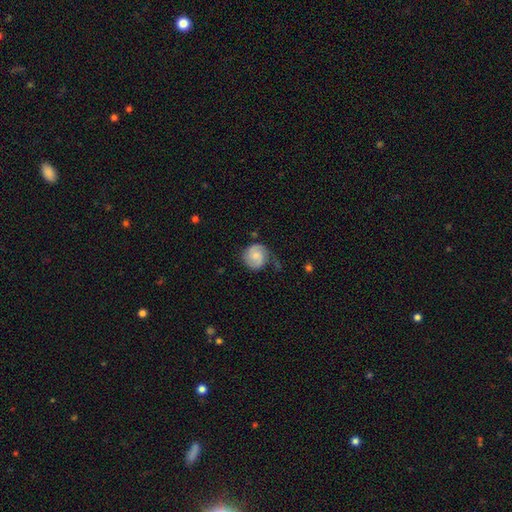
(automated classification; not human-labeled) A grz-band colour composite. It shows a featured or disk galaxy (67%) with no bar (55%), 2 (81%) tight (44%) spiral arms (94%) and a small central bulge (47%). Merging: none (64%).